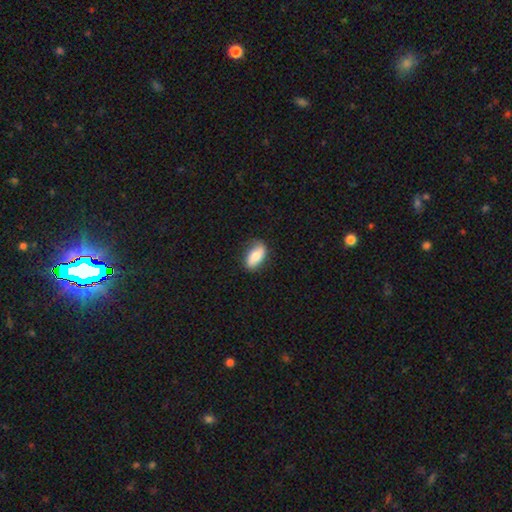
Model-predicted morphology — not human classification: smooth 65%, featured or disk 29%, star or artifact 7%. Down the decision tree: how rounded — in between (90%); merging — none (74%).